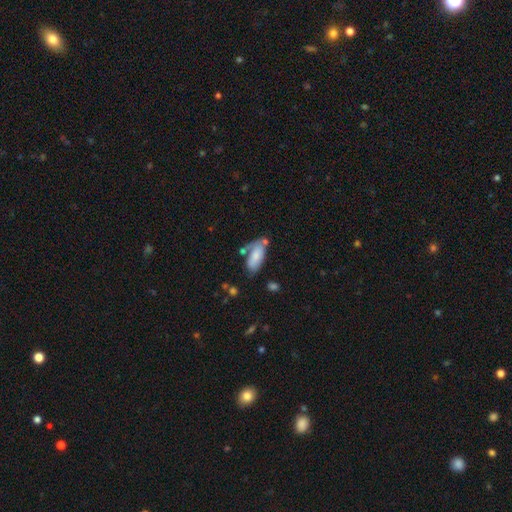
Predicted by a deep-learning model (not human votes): A smooth galaxy with no disk features (73%) that is in between round and cigar-shaped (87%).

Vote fractions:
- Smooth or featured? smooth: 73% / featured or disk: 20% / star or artifact: 7%
- How rounded? in between: 87% / cigar-shaped: 11% / round: 2%
- Merging? none: 50% / minor disturbance: 25% / merger: 15% / major disturbance: 9%